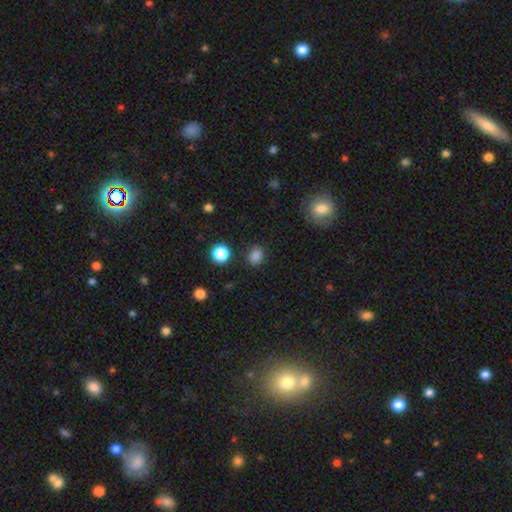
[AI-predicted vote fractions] A smooth galaxy with no disk features (82%) that is in between round and cigar-shaped (54%). Merging: none (84%).